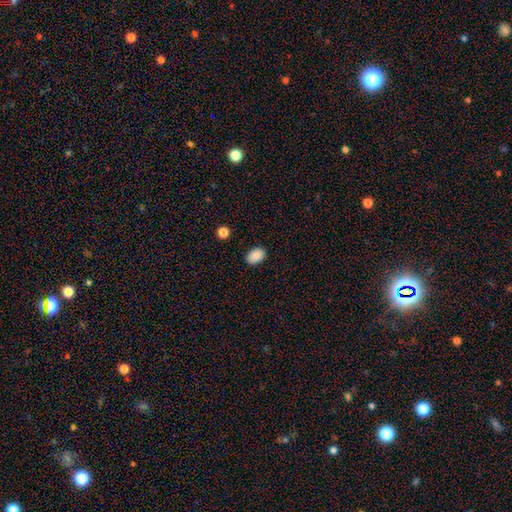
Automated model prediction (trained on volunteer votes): This appears to be a smooth galaxy with no disk features (89%) that is in between round and cigar-shaped (88%). Merging: none (88%).